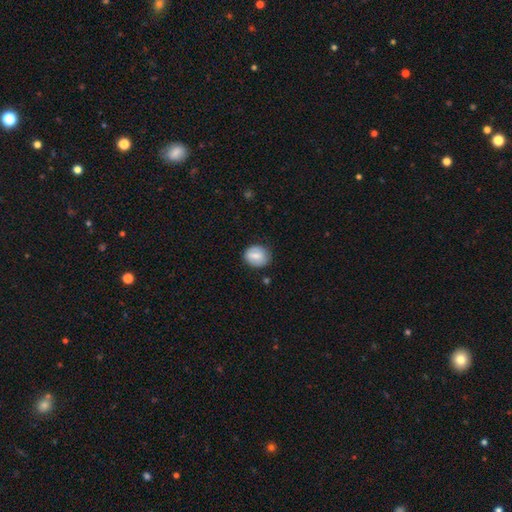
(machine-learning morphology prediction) Smooth or featured: smooth — 66% (featured or disk — 26%)
How rounded: round — 67% (in between — 32%)
Merging: none — 76% (minor disturbance — 17%)